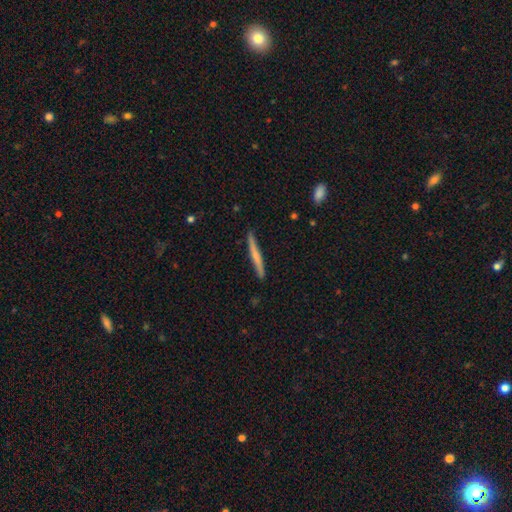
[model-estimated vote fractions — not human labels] smooth-or-featured: smooth: 53% | featured or disk: 41% | star or artifact: 6%
  how-rounded: cigar-shaped: 96% | in between: 2% | round: 1%
  merging: none: 87% | minor disturbance: 10% | major disturbance: 2% | merger: 1%